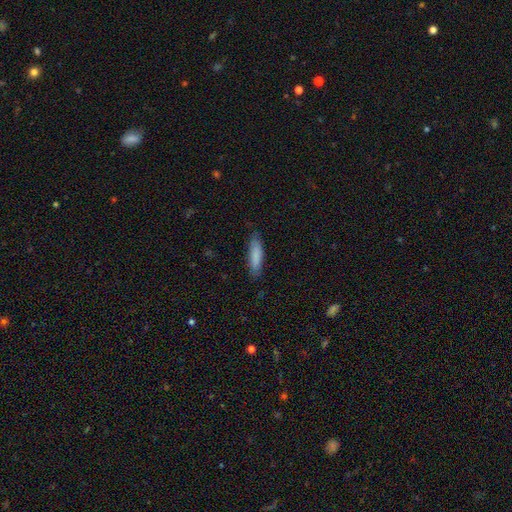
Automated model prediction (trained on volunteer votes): The model was most divided on "how rounded": cigar-shaped: 65%, in between: 34%, round: 1%. More confident: smooth or featured — smooth (84%); merging — none (82%).